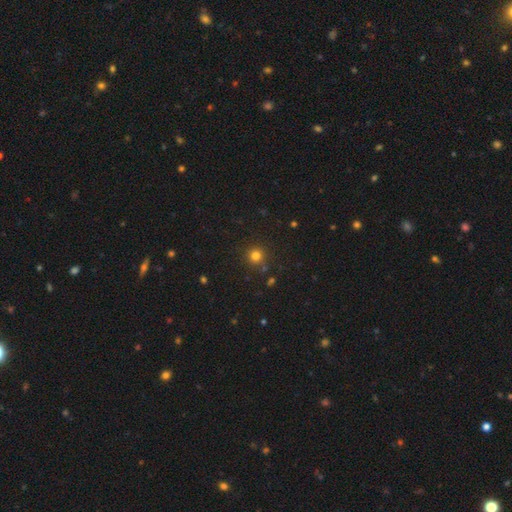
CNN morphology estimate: smooth-or-featured: smooth: 77% | star or artifact: 17% | featured or disk: 6%
  how-rounded: round: 94% | in between: 5% | cigar-shaped: 1%
  merging: none: 87% | minor disturbance: 7% | merger: 4% | major disturbance: 2%